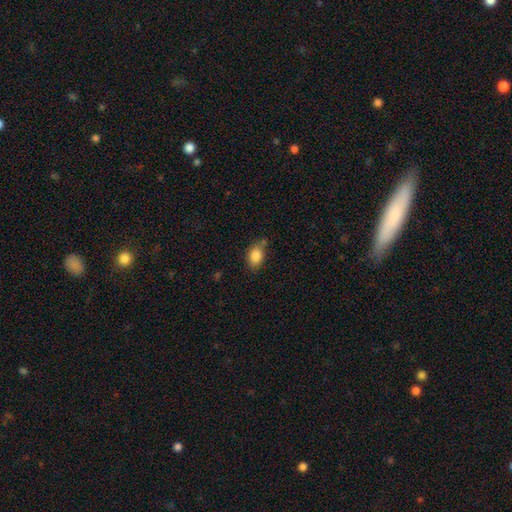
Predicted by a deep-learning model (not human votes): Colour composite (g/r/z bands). It shows a smooth galaxy with no disk features (86%) that is in between round and cigar-shaped (82%). Merging: none (66%).